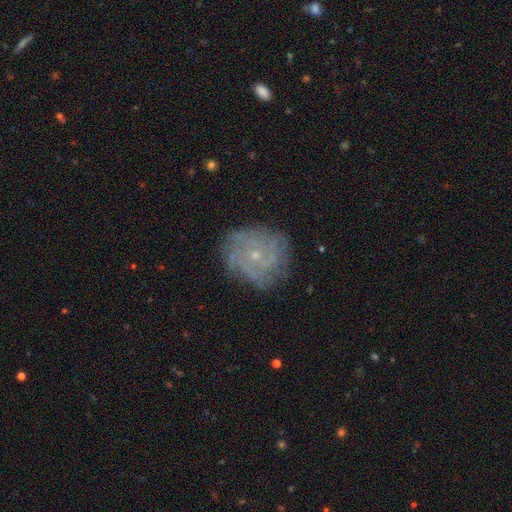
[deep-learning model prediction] Morphology: type=featured or disk (67%); edge-on=no (97%); bar=no (84%); spiral arms=yes (84%); winding=tight (64%); arm count=can't tell (46%); bulge=small (80%); merging=none (77%).